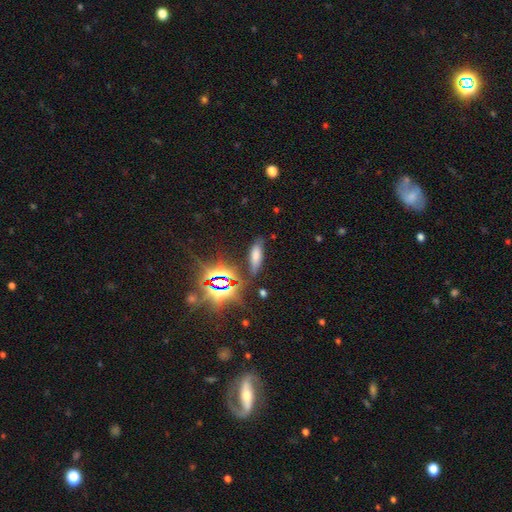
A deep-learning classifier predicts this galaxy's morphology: type=smooth (59%); roundness=in between (54%); merging=none (75%).